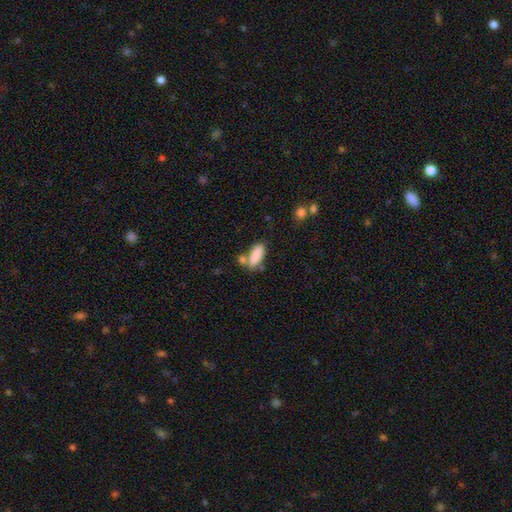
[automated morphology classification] This is clearly a smooth galaxy (86%). How rounded: likely in between (74%). Merging: possibly none (56%).